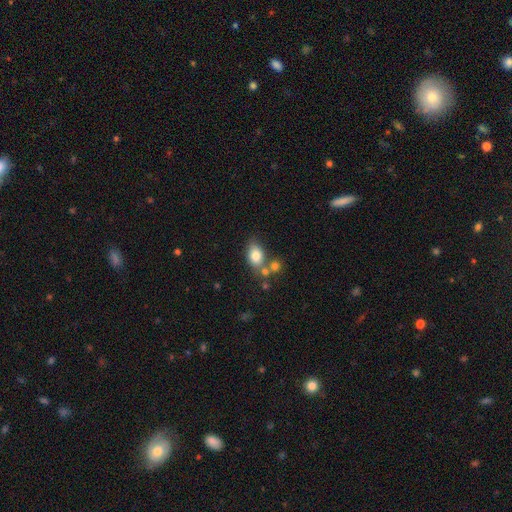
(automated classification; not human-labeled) A smooth galaxy with no disk features (79%) that is in between round and cigar-shaped (77%).

Vote fractions:
- Smooth or featured? smooth: 79% / featured or disk: 12% / star or artifact: 9%
- How rounded? in between: 77% / round: 21% / cigar-shaped: 2%
- Merging? none: 53% / merger: 25% / minor disturbance: 16% / major disturbance: 6%